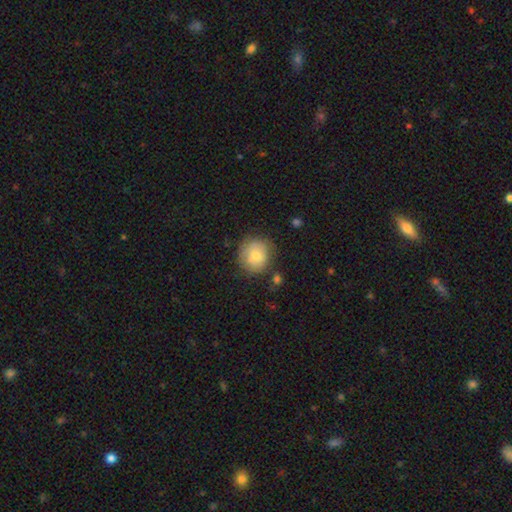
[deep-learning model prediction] Smooth or featured: smooth — 75% (featured or disk — 18%)
How rounded: round — 88% (in between — 11%)
Merging: none — 72% (minor disturbance — 18%)